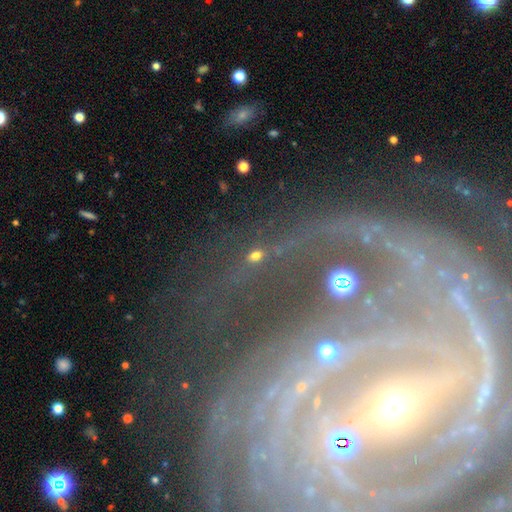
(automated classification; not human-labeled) Q: Smooth or featured?
A: star or artifact (45%); runner-up: smooth (40%)